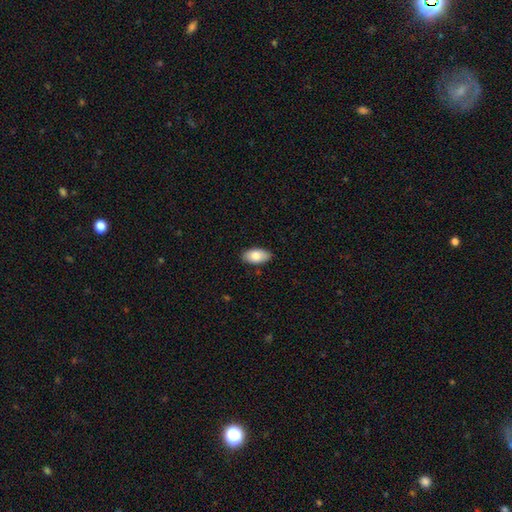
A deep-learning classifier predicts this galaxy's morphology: smooth 82%, featured or disk 12%, star or artifact 7%. Down the decision tree: how rounded — in between (94%); merging — none (87%).